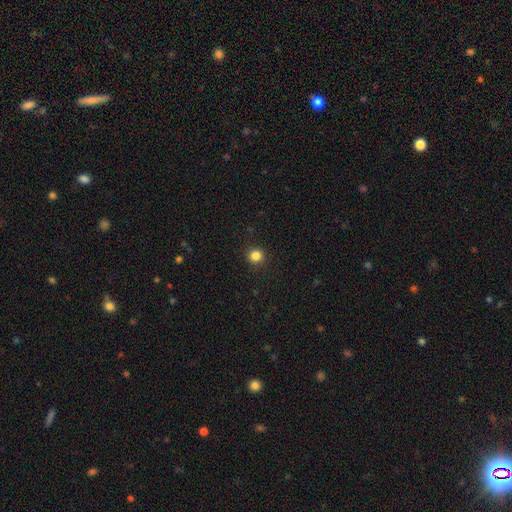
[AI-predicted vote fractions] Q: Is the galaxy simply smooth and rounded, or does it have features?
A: smooth — 84%.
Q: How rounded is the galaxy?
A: round — 93%.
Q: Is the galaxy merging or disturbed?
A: none — 92%.